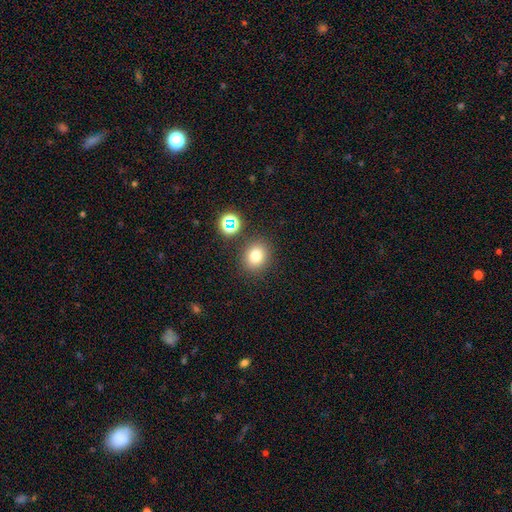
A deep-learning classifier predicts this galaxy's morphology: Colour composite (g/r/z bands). It shows a smooth galaxy with no disk features (76%) that is round (70%). Merging: none (85%).